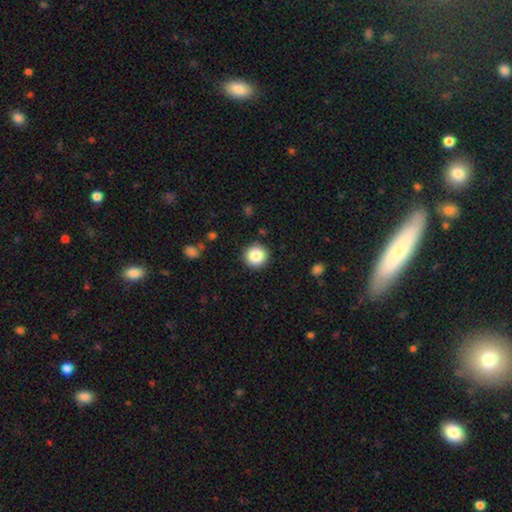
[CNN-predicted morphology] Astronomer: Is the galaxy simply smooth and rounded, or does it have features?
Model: smooth — 86%.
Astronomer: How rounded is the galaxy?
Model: round — 95%.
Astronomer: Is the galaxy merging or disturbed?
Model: none — 91%.